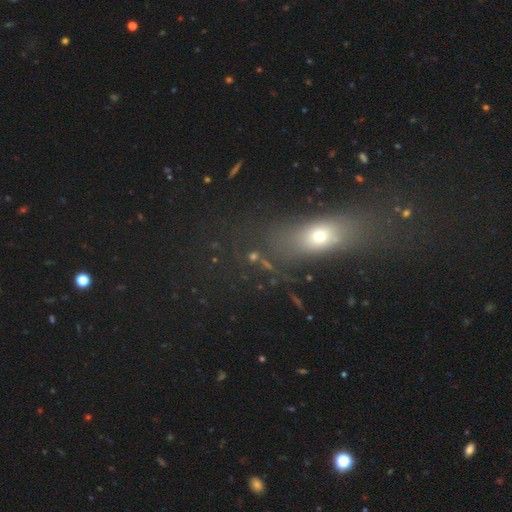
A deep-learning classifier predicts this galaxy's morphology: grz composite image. It shows a smooth galaxy with no disk features (52%) that is in between round and cigar-shaped (54%). Merging: none (67%).